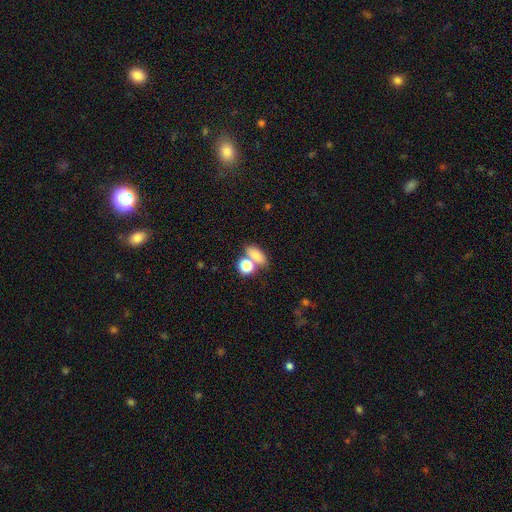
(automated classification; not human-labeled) Overall: smooth (76%). How rounded: in between (72%). Merging: none (50%; merger 34%).